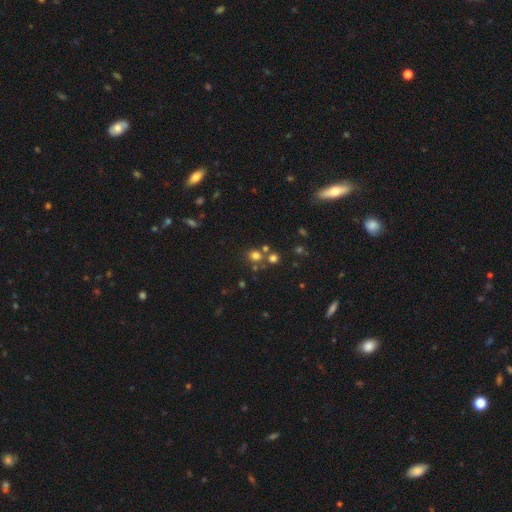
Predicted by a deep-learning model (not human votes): This appears to be a smooth galaxy with no disk features (69%) that is round (82%). Merging: none (65%).